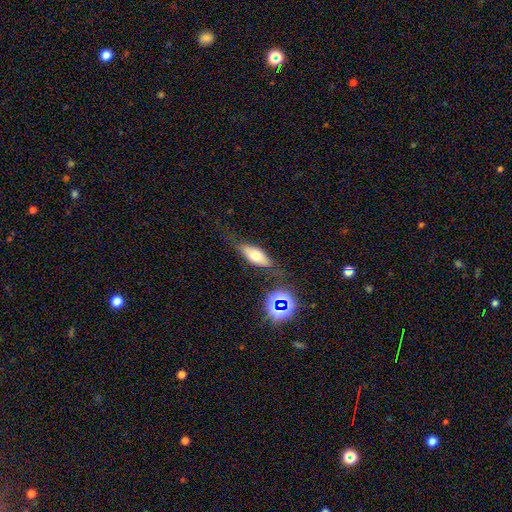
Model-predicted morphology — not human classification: smooth_or_featured: smooth (p=0.64) [alt: featured or disk p=0.24]
how_rounded: in between (p=0.74) [alt: cigar-shaped p=0.22]
merging: none (p=0.67) [alt: minor disturbance p=0.20]